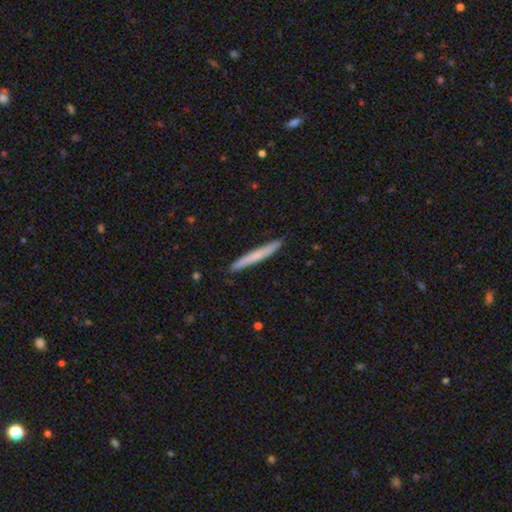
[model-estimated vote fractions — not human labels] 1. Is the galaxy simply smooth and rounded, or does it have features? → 61% smooth, 33% featured or disk, 6% star or artifact.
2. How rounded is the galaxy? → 97% cigar-shaped, 2% in between, 1% round.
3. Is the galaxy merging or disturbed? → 91% none, 7% minor disturbance, 1% major disturbance, 1% merger.